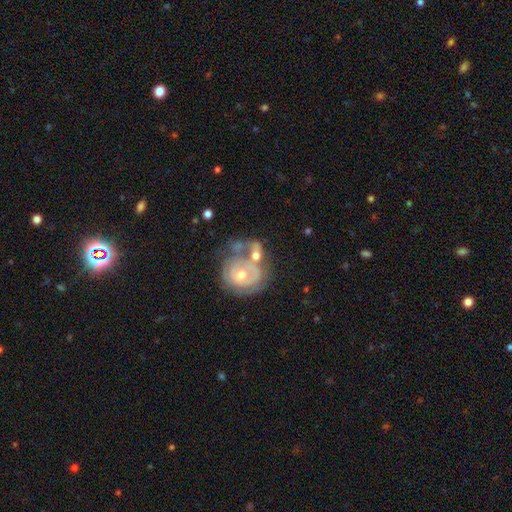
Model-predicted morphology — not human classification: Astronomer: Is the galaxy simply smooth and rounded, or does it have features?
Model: featured or disk — 62%.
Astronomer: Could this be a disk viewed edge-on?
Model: no — 96%.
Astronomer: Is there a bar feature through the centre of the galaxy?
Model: no — 75%.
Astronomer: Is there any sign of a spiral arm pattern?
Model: yes — 51% (runner-up: no, 49%).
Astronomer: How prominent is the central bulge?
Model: moderate — 68%.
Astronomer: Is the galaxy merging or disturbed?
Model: merger — 46% (runner-up: none, 26%).